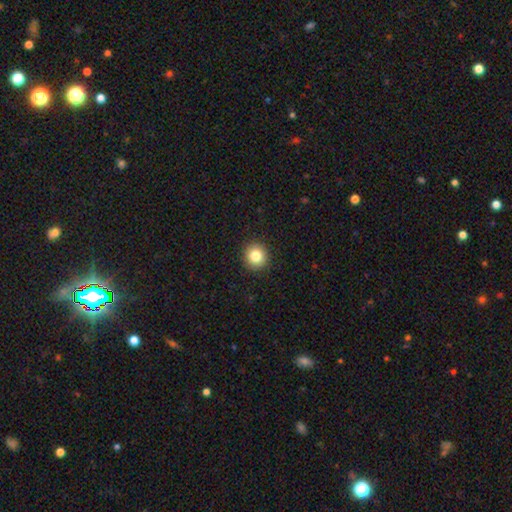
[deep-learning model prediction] Q: Smooth or featured?
A: smooth (82%); runner-up: star or artifact (10%)
Q: How rounded?
A: round (93%); runner-up: in between (6%)
Q: Merging?
A: none (92%); runner-up: minor disturbance (5%)